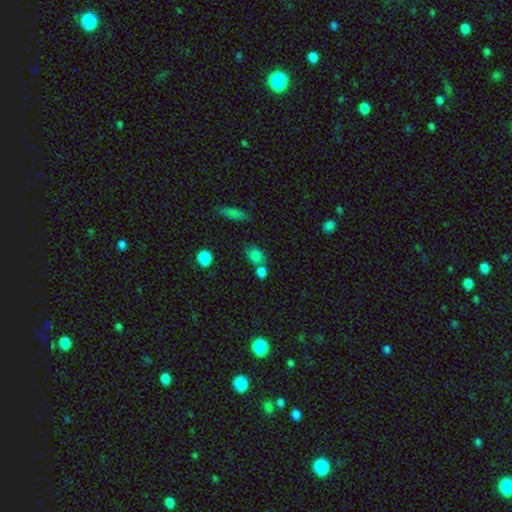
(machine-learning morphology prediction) A smooth galaxy with no disk features (79%) that is in between round and cigar-shaped (57%). Merging: none (50%).